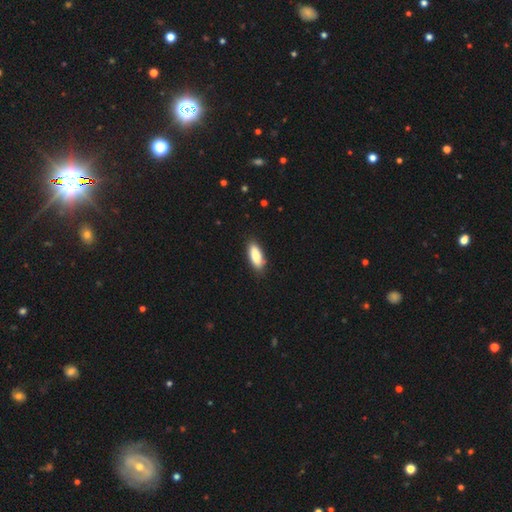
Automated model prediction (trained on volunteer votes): A smooth galaxy with no disk features (86%) that is in between round and cigar-shaped (76%).

Vote fractions:
- Smooth or featured? smooth: 86% / featured or disk: 8% / star or artifact: 6%
- How rounded? in between: 76% / cigar-shaped: 23% / round: 2%
- Merging? none: 86% / minor disturbance: 11% / major disturbance: 2% / merger: 1%